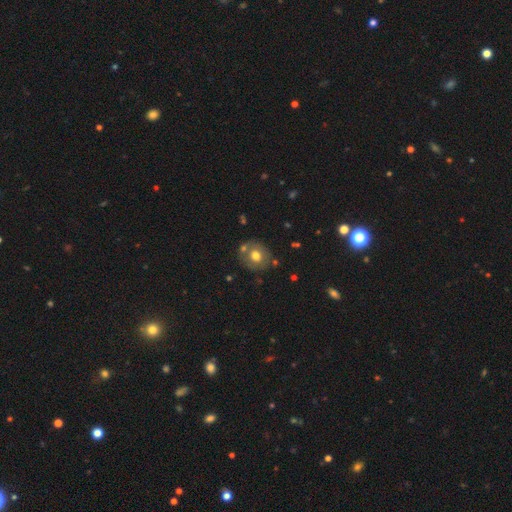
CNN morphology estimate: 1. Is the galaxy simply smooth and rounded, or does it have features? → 66% smooth, 24% featured or disk, 10% star or artifact.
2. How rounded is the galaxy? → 78% round, 22% in between, 1% cigar-shaped.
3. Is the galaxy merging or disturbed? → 73% none, 13% minor disturbance, 10% merger, 4% major disturbance.